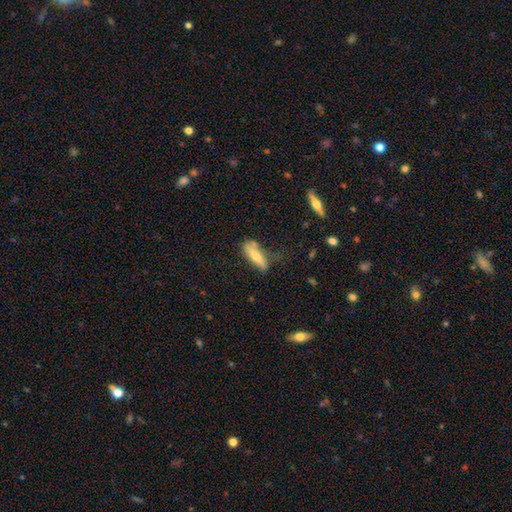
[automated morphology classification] This appears to be a smooth galaxy with no disk features (62%) that is cigar-shaped (55%). Merging: none (51%).